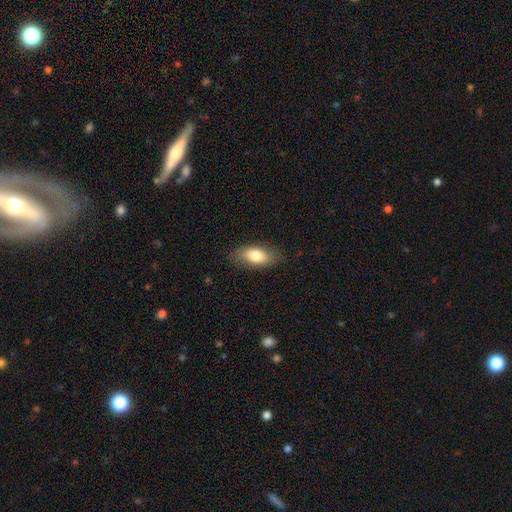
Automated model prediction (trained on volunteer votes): smooth-or-featured: smooth: 78% | featured or disk: 15% | star or artifact: 7%
  how-rounded: in between: 87% | cigar-shaped: 9% | round: 4%
  merging: none: 82% | minor disturbance: 14% | major disturbance: 3% | merger: 1%